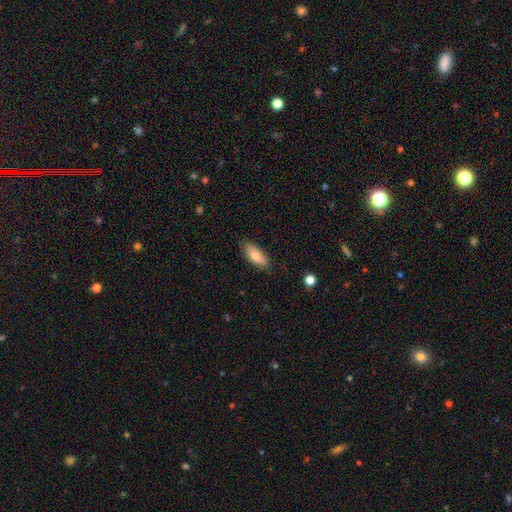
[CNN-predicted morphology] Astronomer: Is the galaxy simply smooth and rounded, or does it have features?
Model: smooth — 81%.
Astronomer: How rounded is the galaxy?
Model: in between — 78%.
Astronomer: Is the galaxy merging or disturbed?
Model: none — 81%.